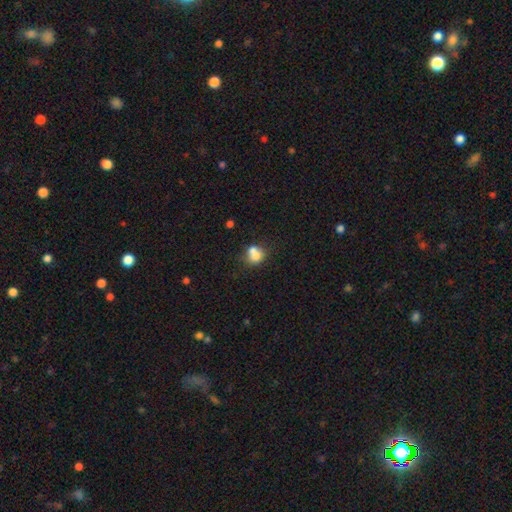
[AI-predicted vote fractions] Smooth or featured: smooth — 73% (featured or disk — 16%)
How rounded: round — 66% (in between — 33%)
Merging: merger — 43% (none — 39%)